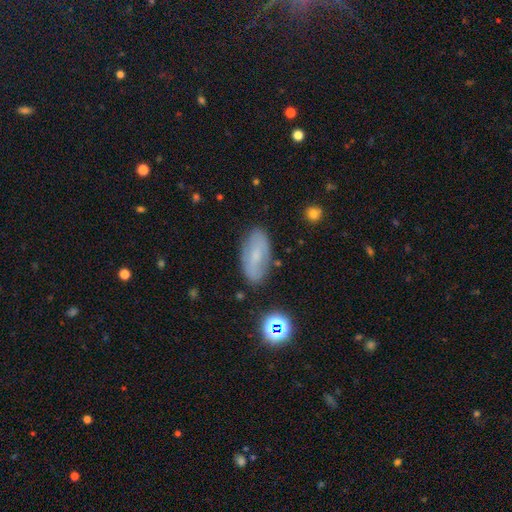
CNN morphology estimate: Smooth or featured: smooth — 57% (featured or disk — 32%)
How rounded: in between — 88% (cigar-shaped — 8%)
Merging: none — 80% (minor disturbance — 14%)